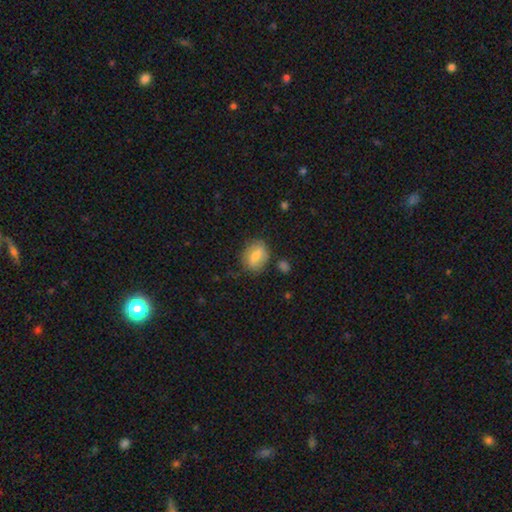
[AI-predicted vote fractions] Smooth or featured? Predicted: smooth (p=0.63). How rounded? Predicted: in between (p=0.62). Merging? Predicted: none (p=0.67).